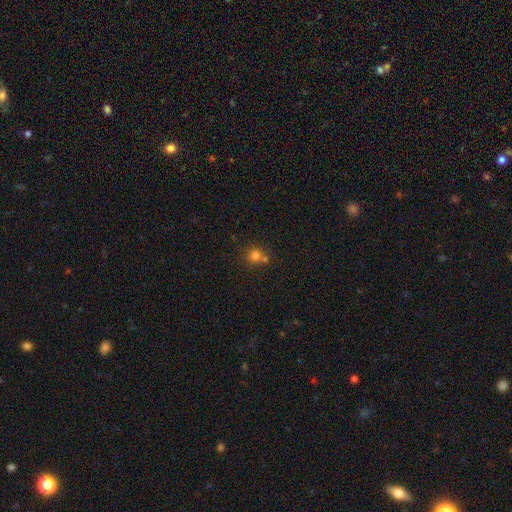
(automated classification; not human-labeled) Morphology: type=smooth (77%); roundness=round (88%); merging=none (56%).